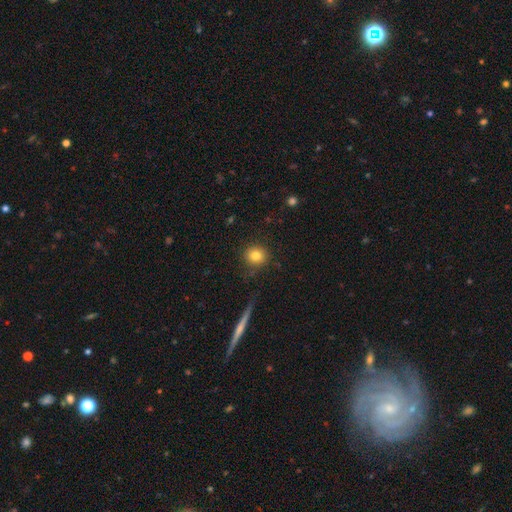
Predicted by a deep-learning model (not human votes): smooth-or-featured: smooth: 81% | star or artifact: 11% | featured or disk: 8%
  how-rounded: round: 90% | in between: 8% | cigar-shaped: 1%
  merging: none: 85% | minor disturbance: 9% | major disturbance: 3% | merger: 2%